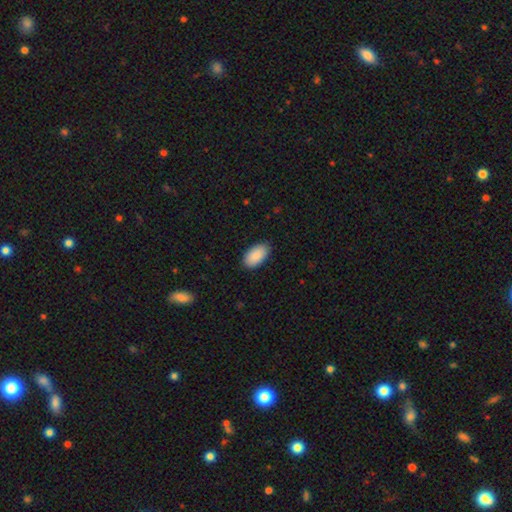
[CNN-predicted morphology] Q: Smooth or featured?
A: smooth (90%); runner-up: star or artifact (6%)
Q: How rounded?
A: in between (96%); runner-up: round (3%)
Q: Merging?
A: none (86%); runner-up: minor disturbance (11%)